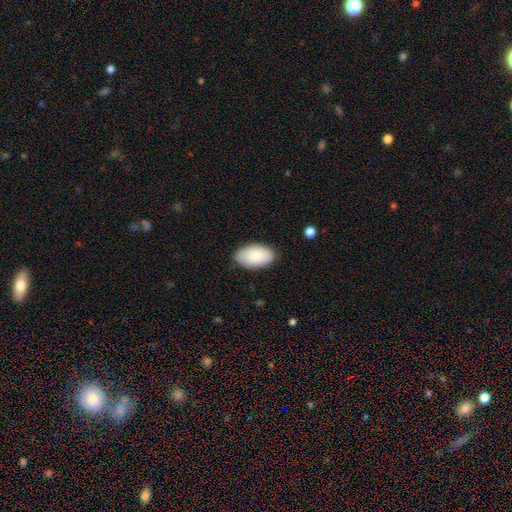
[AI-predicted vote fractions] Smooth or featured: smooth — 83% (featured or disk — 11%)
How rounded: in between — 95% (round — 4%)
Merging: none — 84% (minor disturbance — 13%)